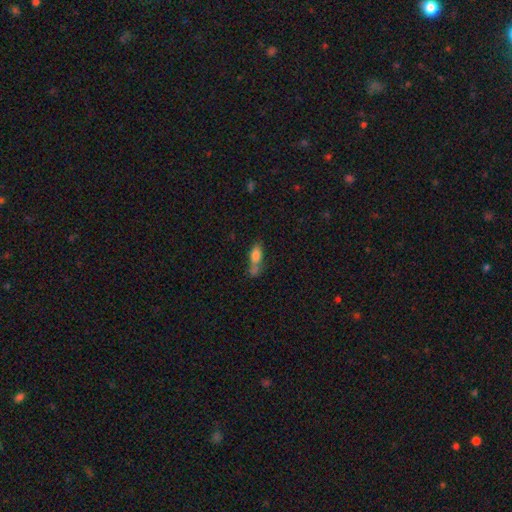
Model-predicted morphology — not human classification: The model was most divided on "merging": merger: 36%, none: 34%, minor disturbance: 20%, major disturbance: 11%. More confident: smooth or featured — smooth (74%); how rounded — in between (70%).